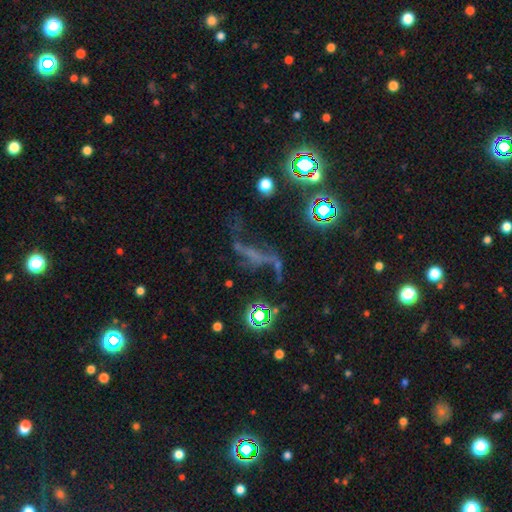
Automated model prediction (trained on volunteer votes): Smooth or featured? Predicted: featured or disk (p=0.43). Merging? Predicted: none (p=0.40).